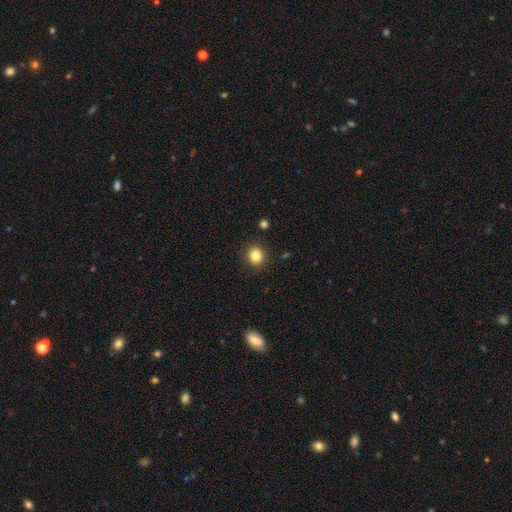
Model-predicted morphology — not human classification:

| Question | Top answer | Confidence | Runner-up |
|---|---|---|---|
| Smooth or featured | smooth | 84% | star or artifact (11%) |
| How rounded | round | 82% | in between (17%) |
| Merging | none | 90% | minor disturbance (6%) |